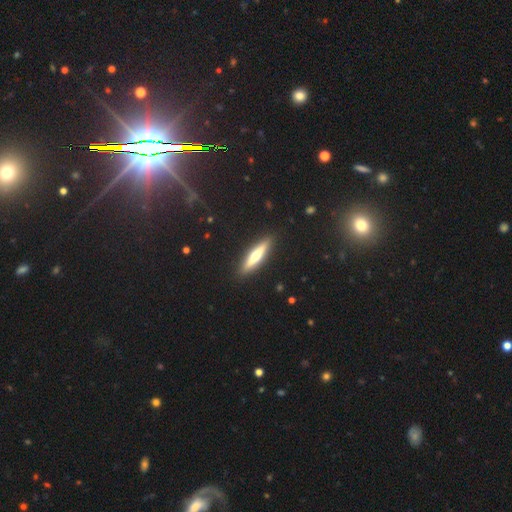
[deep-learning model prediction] The model was most divided on "smooth or featured": featured or disk: 53%, smooth: 41%, star or artifact: 6%. More confident: edge-on disk — yes (94%); merging — none (90%).